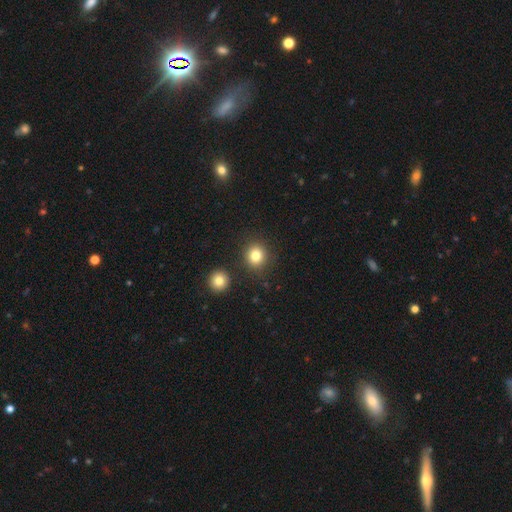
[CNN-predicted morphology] Overall: smooth (81%). How rounded: round (86%). Merging: none (86%).